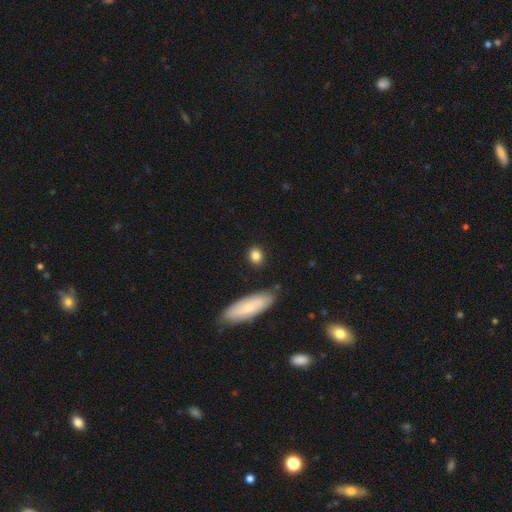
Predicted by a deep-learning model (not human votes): A smooth galaxy with no disk features (84%) that is round (51%). Merging: none (83%).